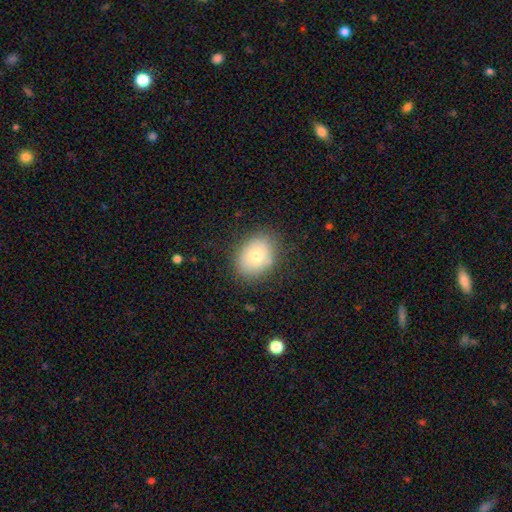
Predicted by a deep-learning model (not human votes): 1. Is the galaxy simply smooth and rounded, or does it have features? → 74% smooth, 16% featured or disk, 10% star or artifact.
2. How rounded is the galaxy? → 61% in between, 38% round, 1% cigar-shaped.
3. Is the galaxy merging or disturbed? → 81% none, 14% minor disturbance, 4% major disturbance, 1% merger.